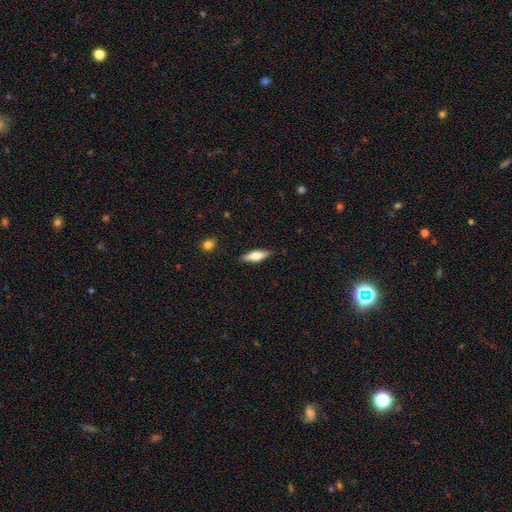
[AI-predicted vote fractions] Overall: smooth (64%; featured or disk 30%). How rounded: in between (54%; cigar-shaped 43%). Merging: none (87%).